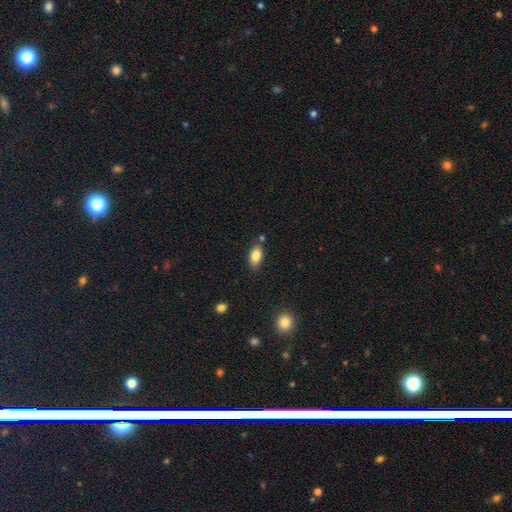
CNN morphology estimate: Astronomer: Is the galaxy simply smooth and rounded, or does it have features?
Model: smooth — 83%.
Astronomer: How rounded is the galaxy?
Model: in between — 90%.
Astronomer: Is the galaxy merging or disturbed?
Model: none — 78%.